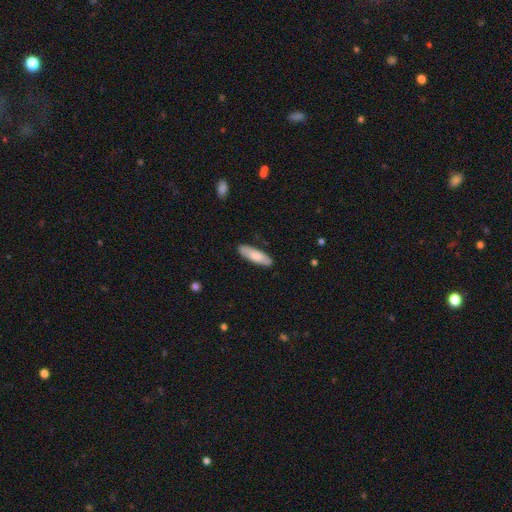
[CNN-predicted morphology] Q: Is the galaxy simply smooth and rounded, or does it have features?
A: smooth — 79%.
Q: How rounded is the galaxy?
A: cigar-shaped — 51%.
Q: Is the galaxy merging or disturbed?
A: none — 88%.